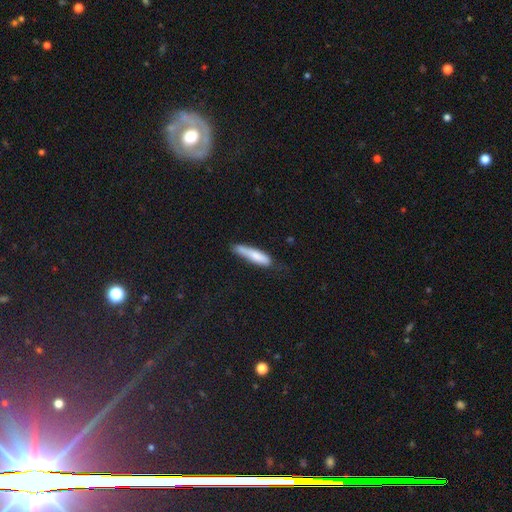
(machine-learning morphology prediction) type=smooth (76%); roundness=cigar-shaped (83%); merging=none (59%).